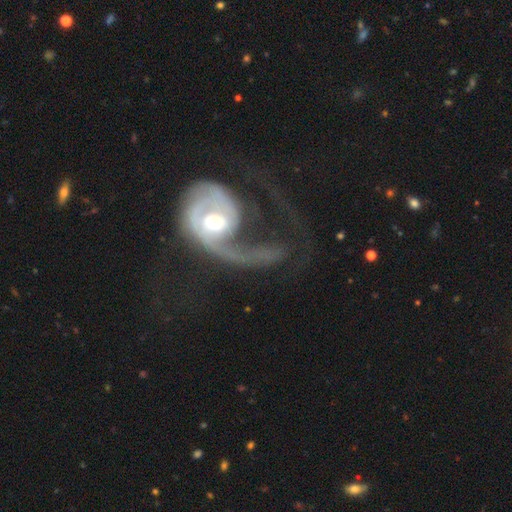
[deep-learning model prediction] Q: Smooth or featured?
A: featured or disk (83%); runner-up: smooth (11%)
Q: Edge-on disk?
A: no (97%); runner-up: yes (3%)
Q: Bar?
A: no (53%); runner-up: weak (33%)
Q: Spiral arms?
A: yes (88%); runner-up: no (12%)
Q: Spiral winding?
A: loose (44%); runner-up: medium (36%)
Q: Spiral arm count?
A: 1 (58%); runner-up: 2 (29%)
Q: Bulge size?
A: moderate (66%); runner-up: small (20%)
Q: Merging?
A: major disturbance (60%); runner-up: none (22%)